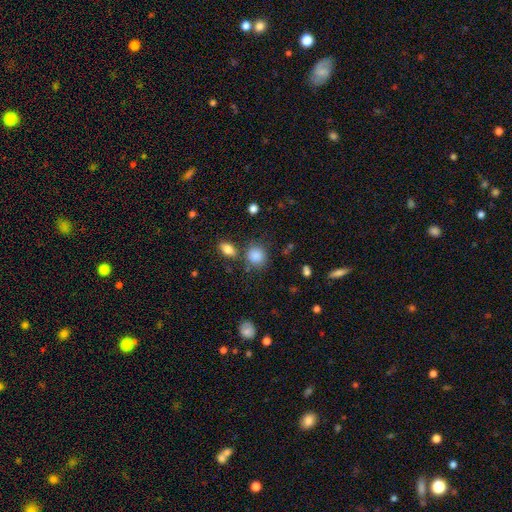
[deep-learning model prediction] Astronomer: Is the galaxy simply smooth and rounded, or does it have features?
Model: smooth — 85%.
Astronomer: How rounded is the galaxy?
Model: round — 78%.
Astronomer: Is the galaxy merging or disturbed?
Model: none — 72%.